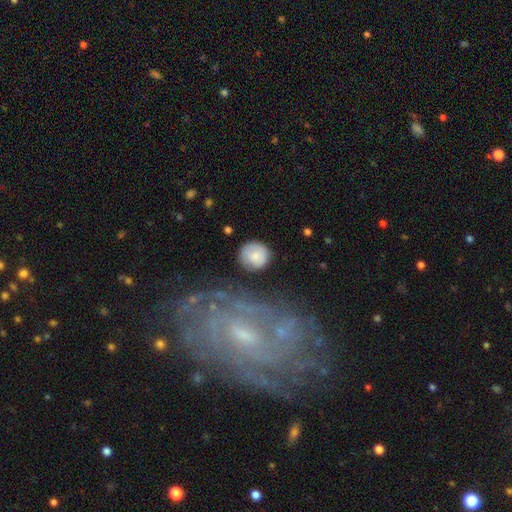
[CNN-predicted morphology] The model was most divided on "merging": none: 75%, minor disturbance: 16%, major disturbance: 5%, merger: 4%. More confident: how rounded — round (88%); smooth or featured — smooth (77%).